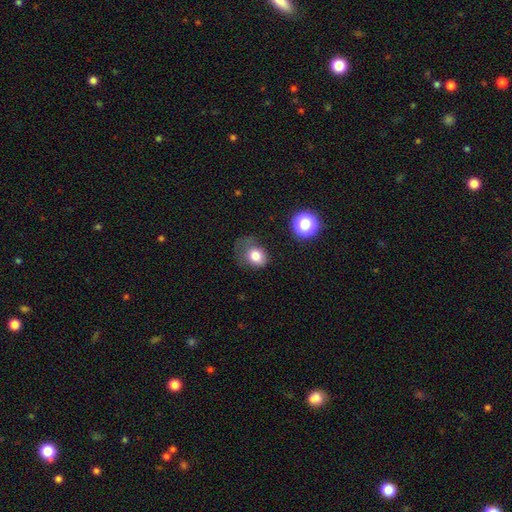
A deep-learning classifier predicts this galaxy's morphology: Overall: smooth (78%). How rounded: round (50%; in between 49%). Merging: none (37%; minor disturbance 31%).